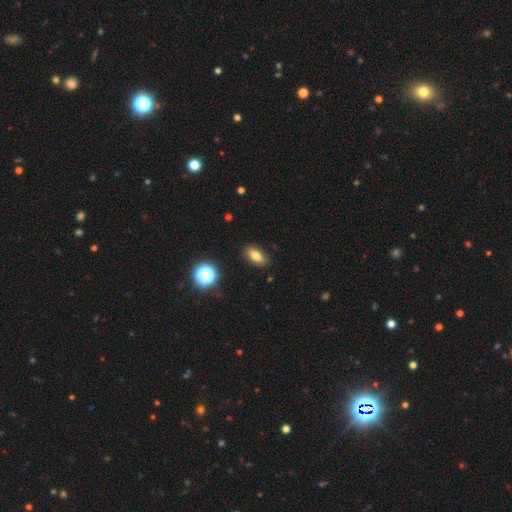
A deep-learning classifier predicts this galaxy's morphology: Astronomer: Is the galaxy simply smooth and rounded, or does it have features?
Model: smooth — 77%.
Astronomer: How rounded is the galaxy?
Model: in between — 83%.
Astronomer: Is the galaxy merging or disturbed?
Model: none — 87%.